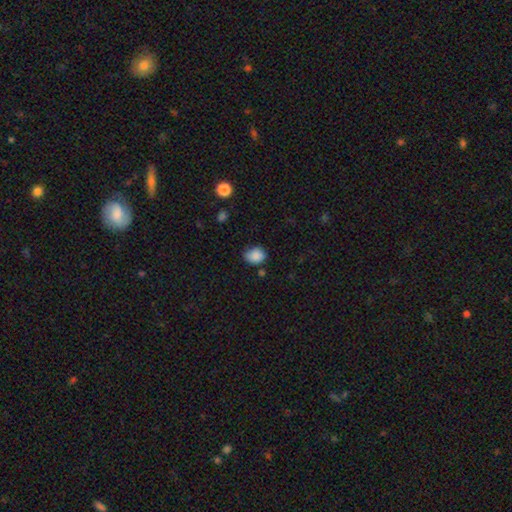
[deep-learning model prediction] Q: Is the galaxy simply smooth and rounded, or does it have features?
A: smooth — 86%.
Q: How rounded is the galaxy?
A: in between — 50%.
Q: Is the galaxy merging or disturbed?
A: none — 65%.